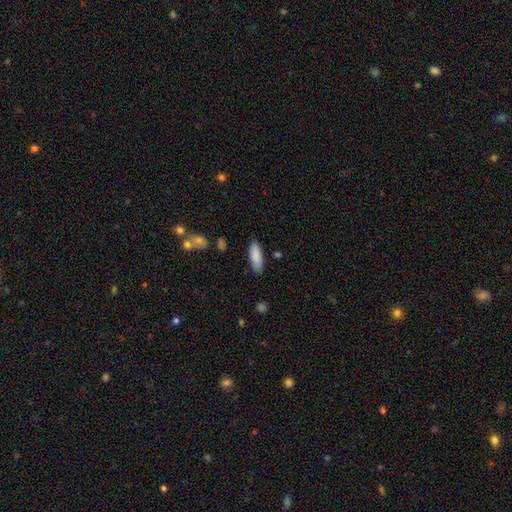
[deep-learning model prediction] Overall: smooth (88%). How rounded: in between (64%; cigar-shaped 35%). Merging: none (83%).